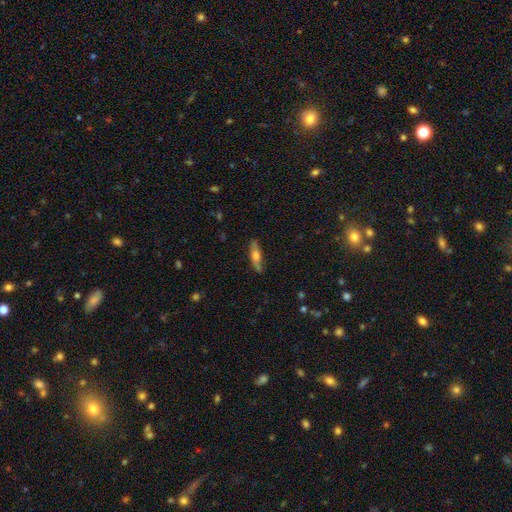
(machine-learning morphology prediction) Smooth or featured? smooth (50%)
How rounded? cigar-shaped (66%)
Merging? none (83%)